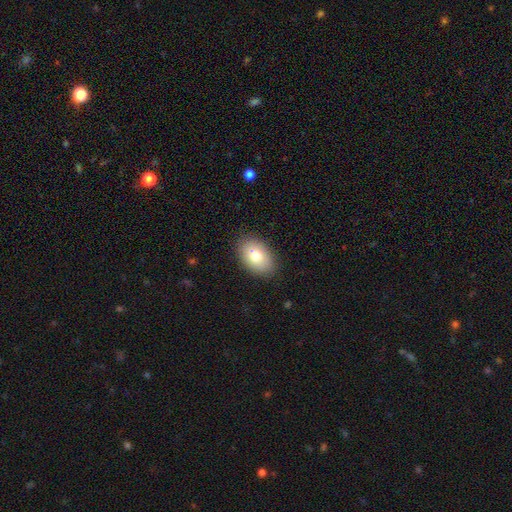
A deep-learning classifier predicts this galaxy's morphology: The model was most divided on "smooth or featured": smooth: 76%, featured or disk: 16%, star or artifact: 8%. More confident: how rounded — in between (87%); merging — none (86%).